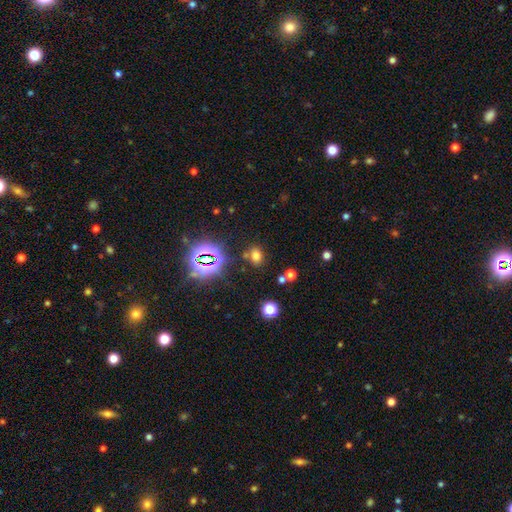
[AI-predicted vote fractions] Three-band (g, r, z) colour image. It shows a smooth galaxy with no disk features (64%) that is in between round and cigar-shaped (63%). Merging: none (74%).